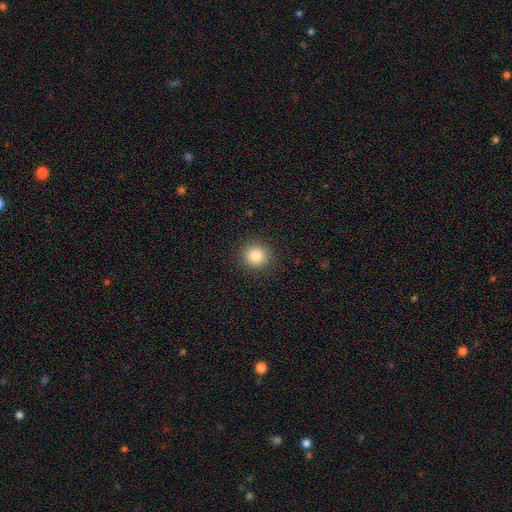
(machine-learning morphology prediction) This appears to be a smooth galaxy with no disk features (84%) that is round (91%). Merging: none (91%).